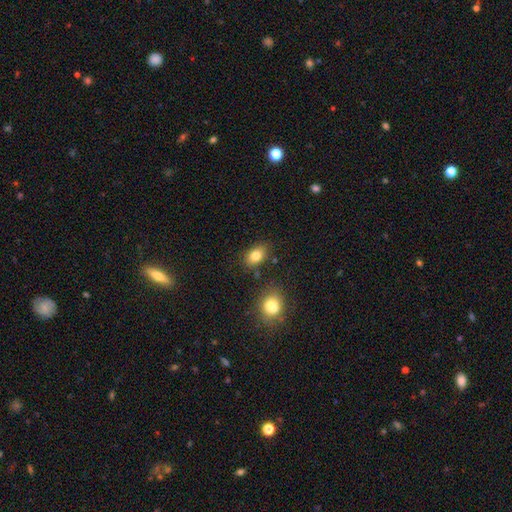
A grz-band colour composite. It shows a smooth galaxy with no disk features (79%) that is in between round and cigar-shaped (90%). Merging: none (67%).